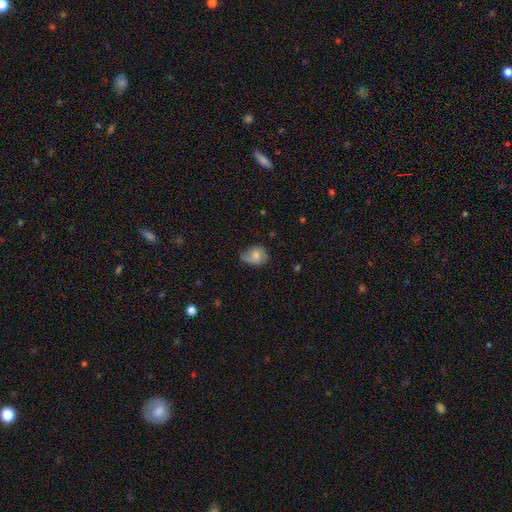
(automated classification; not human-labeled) Q: Smooth or featured?
A: smooth (62%); runner-up: featured or disk (30%)
Q: How rounded?
A: in between (57%); runner-up: round (42%)
Q: Merging?
A: none (45%); runner-up: minor disturbance (39%)